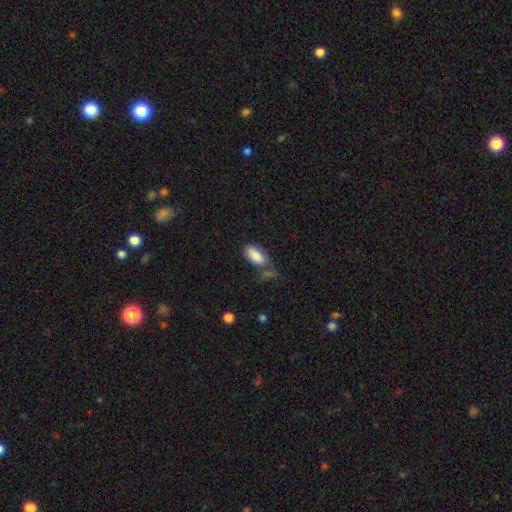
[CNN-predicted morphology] Smooth or featured? Predicted: smooth (p=0.86). How rounded? Predicted: in between (p=0.90). Merging? Predicted: none (p=0.54).